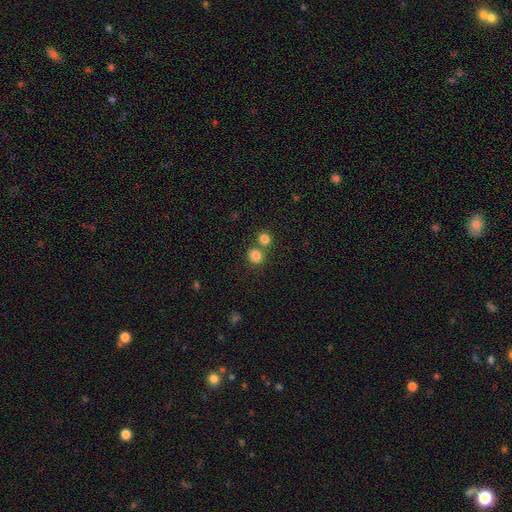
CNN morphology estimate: smooth_or_featured: smooth (p=0.83) [alt: star or artifact p=0.12]
how_rounded: round (p=0.67) [alt: in between p=0.32]
merging: none (p=0.58) [alt: merger p=0.30]